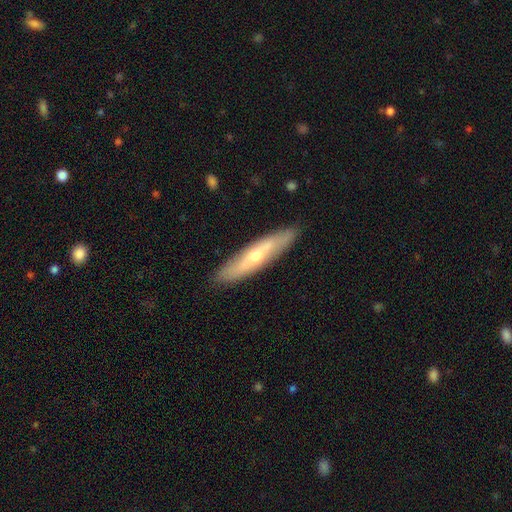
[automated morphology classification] Smooth or featured: featured or disk — 53% (smooth — 41%)
Edge-on disk: yes — 66% (no — 34%)
Merging: none — 87% (minor disturbance — 10%)